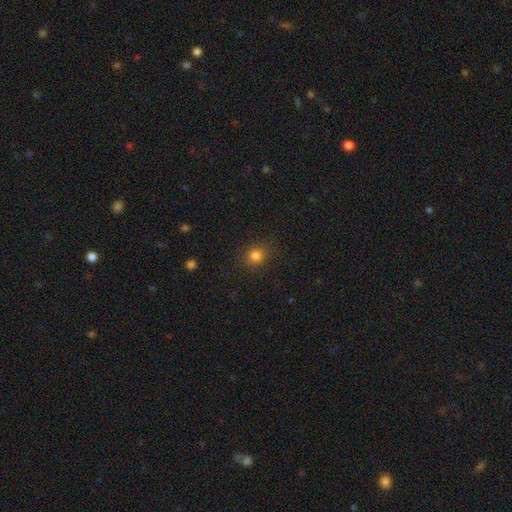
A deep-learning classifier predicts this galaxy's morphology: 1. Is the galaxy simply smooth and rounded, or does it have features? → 81% smooth, 14% star or artifact, 5% featured or disk.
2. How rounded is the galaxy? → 82% round, 17% in between, 1% cigar-shaped.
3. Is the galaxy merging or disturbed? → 87% none, 9% minor disturbance, 3% major disturbance, 1% merger.